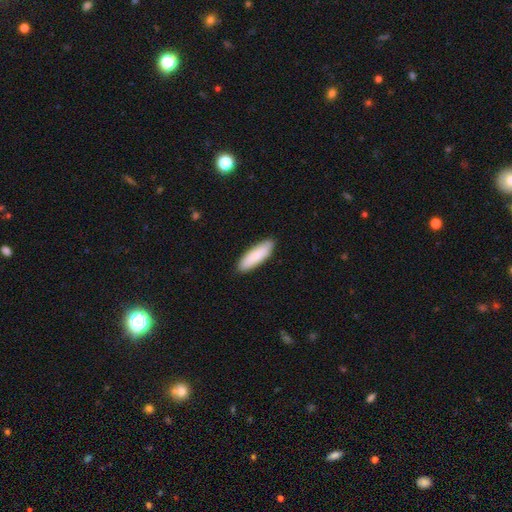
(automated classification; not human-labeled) smooth 85%, featured or disk 9%, star or artifact 5%. Down the decision tree: how rounded — cigar-shaped (50%); merging — none (89%).